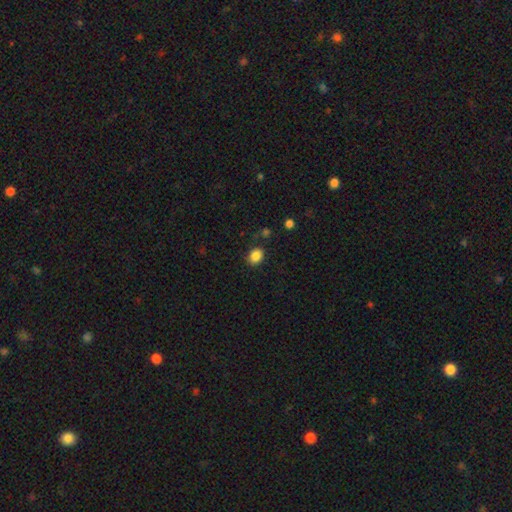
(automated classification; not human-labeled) Smooth or featured? smooth (86%)
How rounded? in between (61%)
Merging? none (80%)